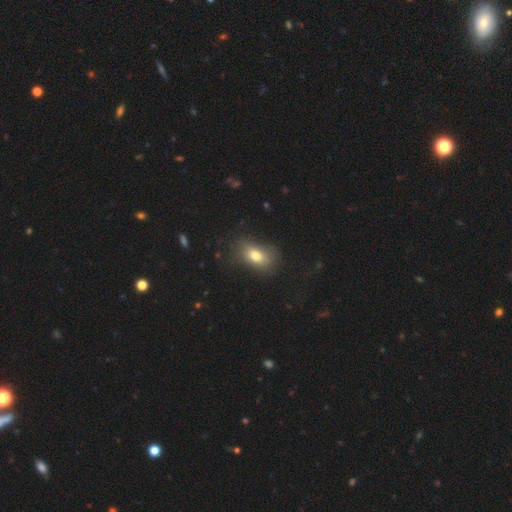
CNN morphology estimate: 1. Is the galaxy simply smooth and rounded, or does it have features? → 73% smooth, 16% featured or disk, 11% star or artifact.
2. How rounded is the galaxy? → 82% in between, 15% round, 3% cigar-shaped.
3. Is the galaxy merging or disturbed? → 62% none, 24% minor disturbance, 12% major disturbance, 2% merger.